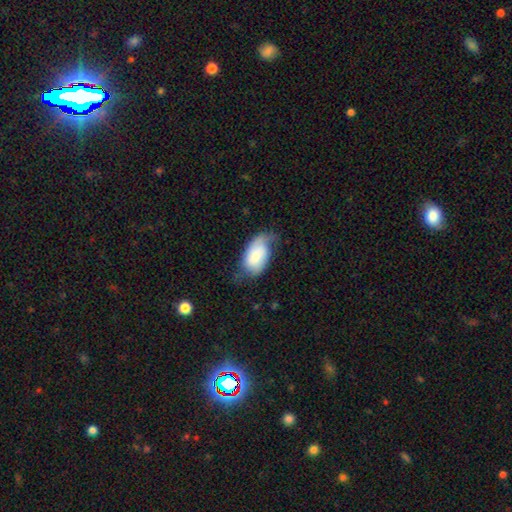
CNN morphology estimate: This is possibly a smooth galaxy (56%). How rounded: clearly in between (93%). Merging: marginally none (42%).